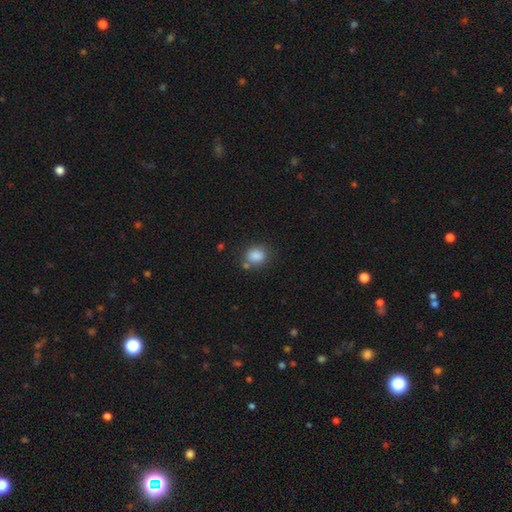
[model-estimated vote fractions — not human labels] Smooth or featured: smooth — 86% (star or artifact — 9%)
How rounded: round — 54% (in between — 45%)
Merging: none — 71% (minor disturbance — 15%)